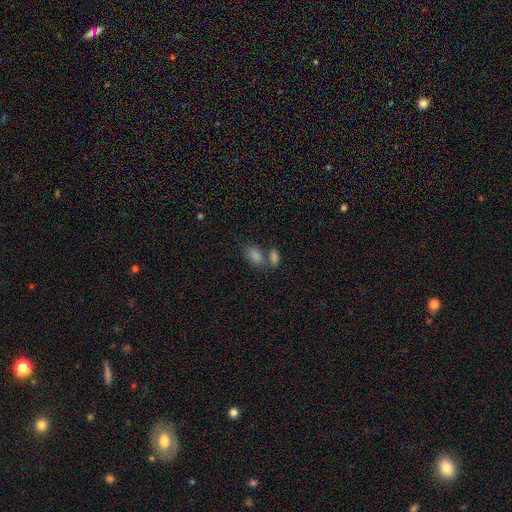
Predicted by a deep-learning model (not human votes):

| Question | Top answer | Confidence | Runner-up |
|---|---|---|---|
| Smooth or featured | smooth | 81% | star or artifact (11%) |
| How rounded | in between | 90% | round (8%) |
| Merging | none | 47% | merger (38%) |